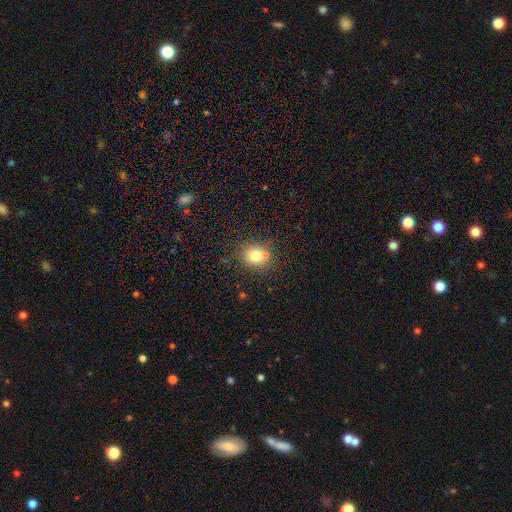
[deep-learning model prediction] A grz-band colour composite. It shows a smooth galaxy with no disk features (74%) that is round (71%). Merging: none (65%).